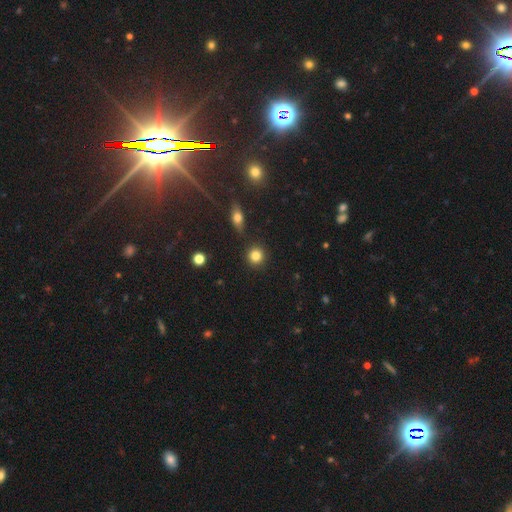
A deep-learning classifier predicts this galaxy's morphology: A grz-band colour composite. It shows a smooth galaxy with no disk features (83%) that is round (91%). Merging: none (88%).